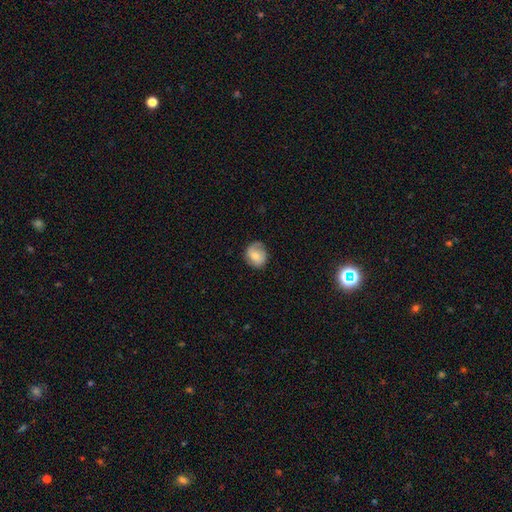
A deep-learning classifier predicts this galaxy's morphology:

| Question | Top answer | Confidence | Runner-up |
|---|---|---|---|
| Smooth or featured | smooth | 70% | featured or disk (22%) |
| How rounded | round | 72% | in between (27%) |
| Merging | none | 73% | minor disturbance (20%) |